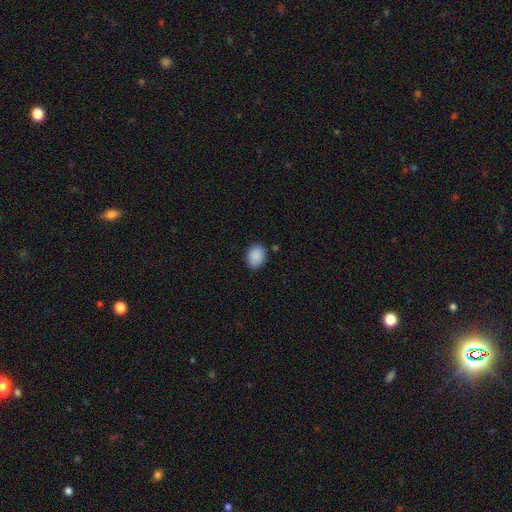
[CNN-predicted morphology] Smooth or featured?
  - smooth: 90% *
  - star or artifact: 7%
  - featured or disk: 3%
How rounded?
  - in between: 60% *
  - round: 39%
  - cigar-shaped: 1%
Merging?
  - none: 84% *
  - minor disturbance: 12%
  - major disturbance: 3%
  - merger: 2%